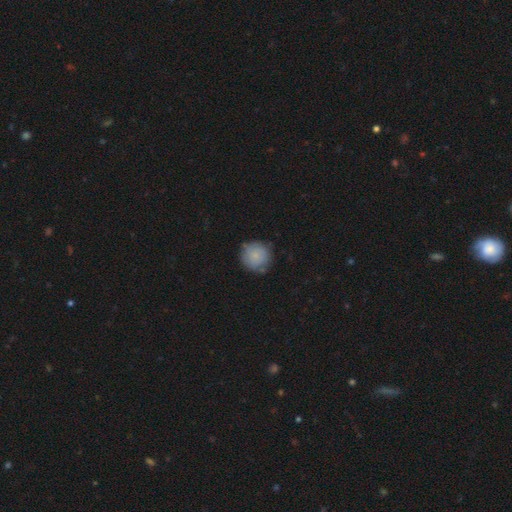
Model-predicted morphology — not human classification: The model was most divided on "merging": none: 74%, minor disturbance: 19%, major disturbance: 4%, merger: 3%. More confident: how rounded — round (93%); smooth or featured — smooth (79%).